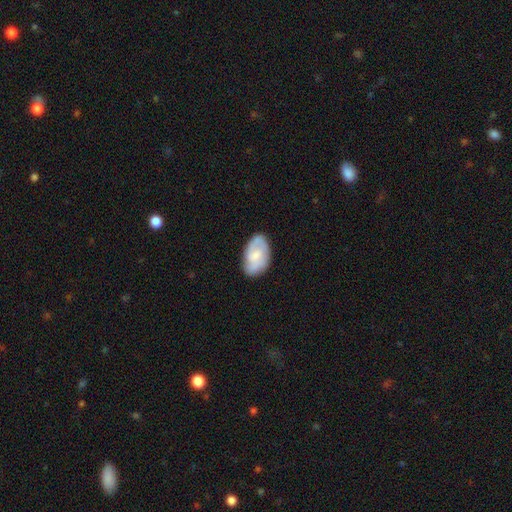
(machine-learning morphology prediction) smooth_or_featured: featured or disk (p=0.49) [alt: smooth p=0.44]
merging: none (p=0.76) [alt: minor disturbance p=0.19]